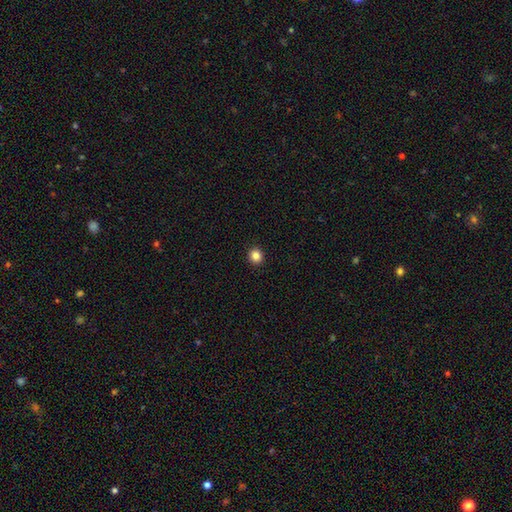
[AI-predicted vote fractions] A smooth galaxy with no disk features (85%) that is round (89%).

Vote fractions:
- Smooth or featured? smooth: 85% / star or artifact: 11% / featured or disk: 4%
- How rounded? round: 89% / in between: 10% / cigar-shaped: 1%
- Merging? none: 93% / minor disturbance: 4% / major disturbance: 1% / merger: 1%